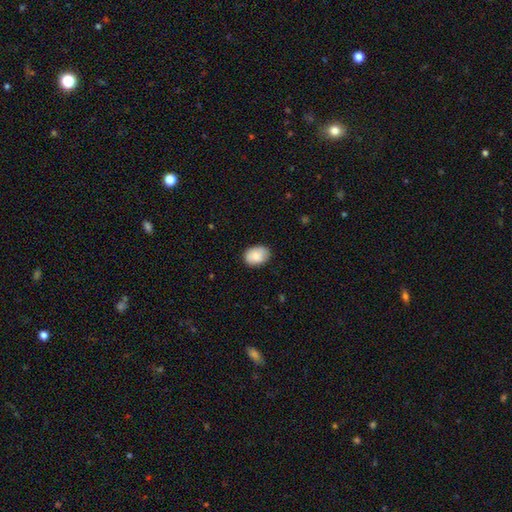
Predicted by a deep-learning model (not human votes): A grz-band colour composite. It shows a smooth galaxy with no disk features (86%) that is in between round and cigar-shaped (77%). Merging: none (82%).